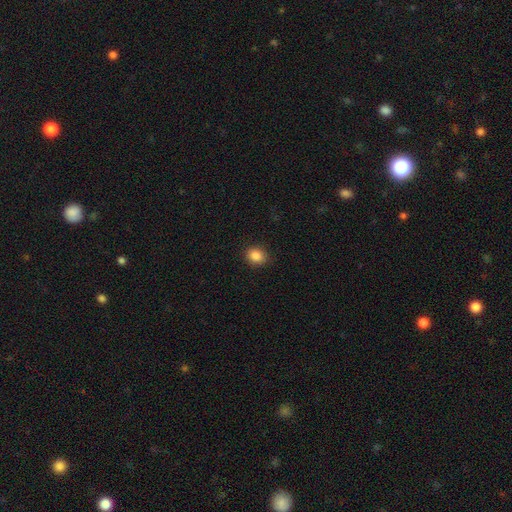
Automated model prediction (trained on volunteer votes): A smooth galaxy with no disk features (87%) that is round (60%).

Vote fractions:
- Smooth or featured? smooth: 87% / star or artifact: 10% / featured or disk: 4%
- How rounded? round: 60% / in between: 39% / cigar-shaped: 1%
- Merging? none: 89% / minor disturbance: 8% / major disturbance: 2% / merger: 1%